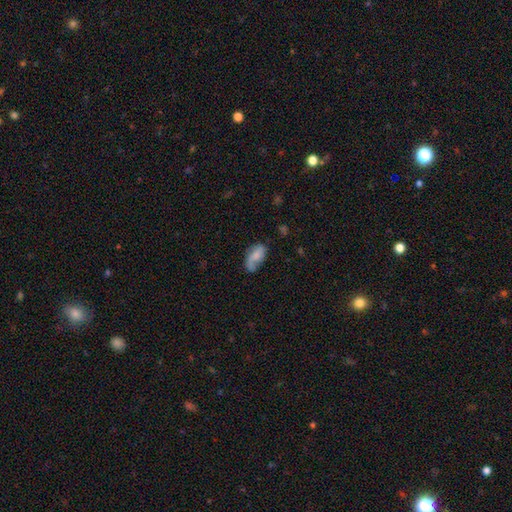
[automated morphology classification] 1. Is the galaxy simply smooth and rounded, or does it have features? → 57% smooth, 35% featured or disk, 8% star or artifact.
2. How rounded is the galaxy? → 91% in between, 5% cigar-shaped, 4% round.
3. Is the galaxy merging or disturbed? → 48% none, 30% minor disturbance, 18% major disturbance, 4% merger.